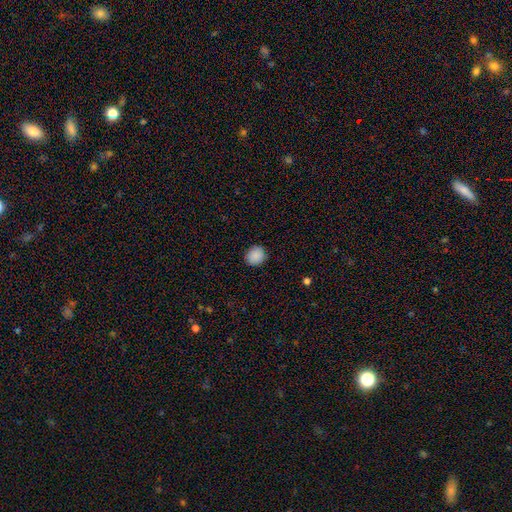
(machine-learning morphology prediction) Overall: smooth (89%). How rounded: round (79%). Merging: none (89%).